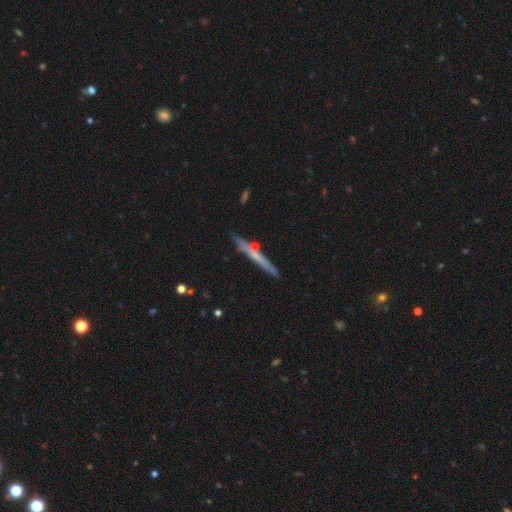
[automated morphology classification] The model was most divided on "smooth or featured": featured or disk: 49%, smooth: 44%, star or artifact: 7%. More confident: merging — none (81%).